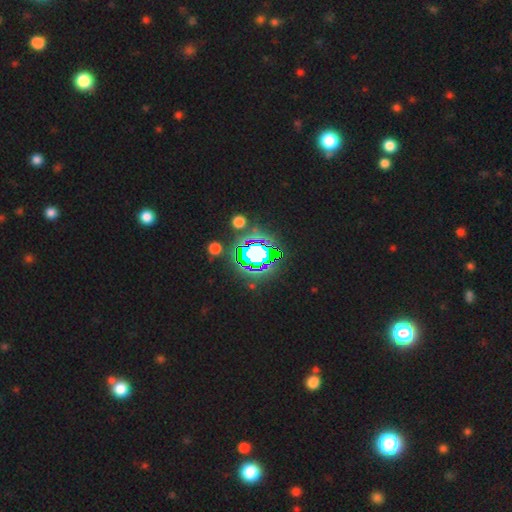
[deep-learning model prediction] Q: Smooth or featured?
A: star or artifact (67%); runner-up: smooth (18%)